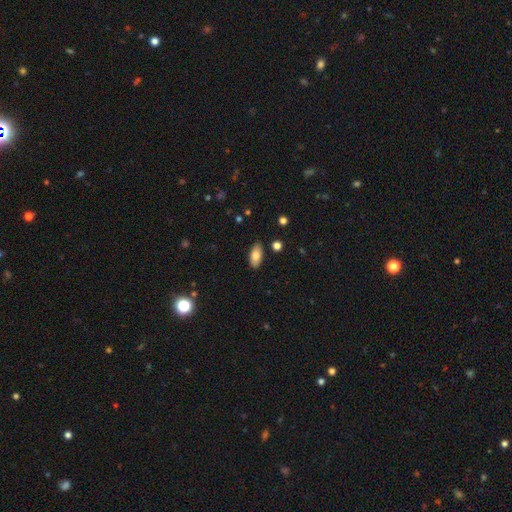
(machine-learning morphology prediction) A smooth galaxy with no disk features (80%) that is in between round and cigar-shaped (89%). Merging: none (86%).